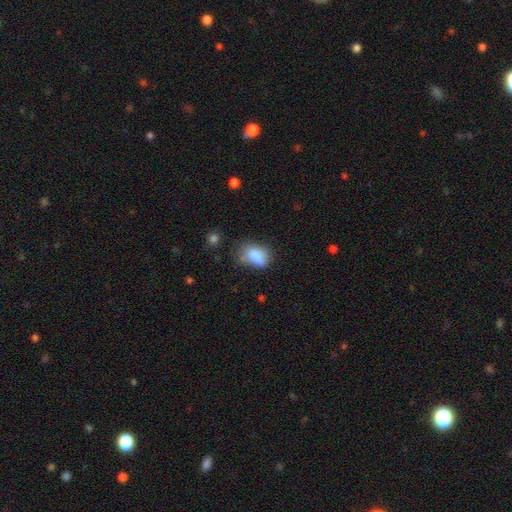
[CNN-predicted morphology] type=smooth (82%); roundness=in between (78%); merging=none (49%).